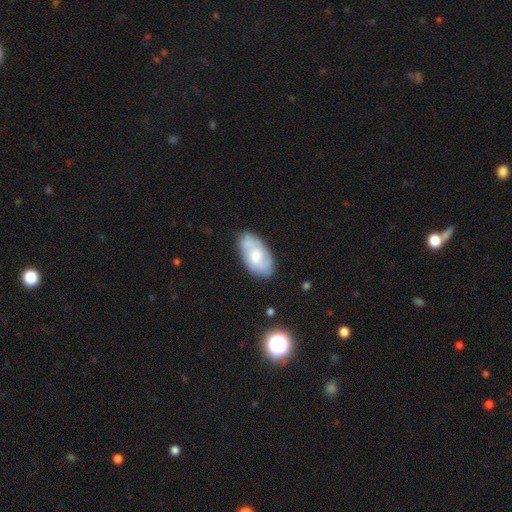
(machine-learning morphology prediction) The model was most divided on "smooth or featured": featured or disk: 47%, smooth: 46%, star or artifact: 6%. More confident: merging — none (68%).